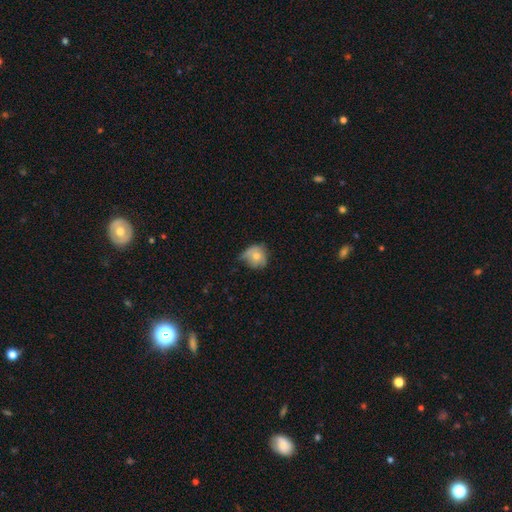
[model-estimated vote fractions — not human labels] Q: Smooth or featured?
A: smooth (69%); runner-up: featured or disk (21%)
Q: How rounded?
A: round (79%); runner-up: in between (20%)
Q: Merging?
A: none (42%); runner-up: minor disturbance (40%)